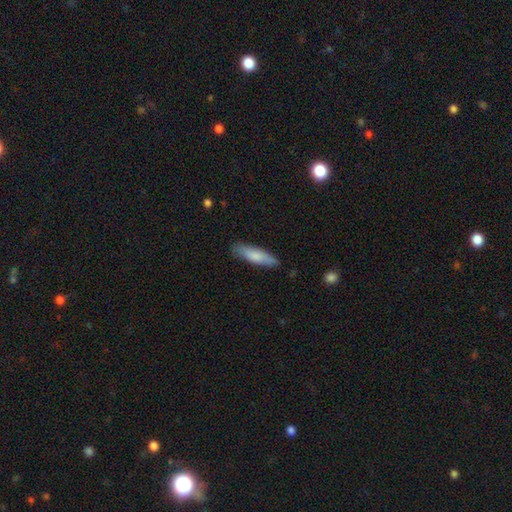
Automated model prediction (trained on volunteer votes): This is likely a smooth galaxy (78%). How rounded: likely cigar-shaped (66%). Merging: clearly none (84%).